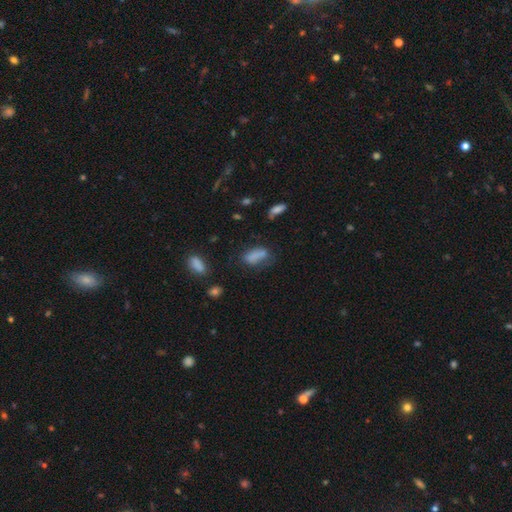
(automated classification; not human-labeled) A smooth galaxy with no disk features (76%) that is in between round and cigar-shaped (79%). Merging: none (44%).